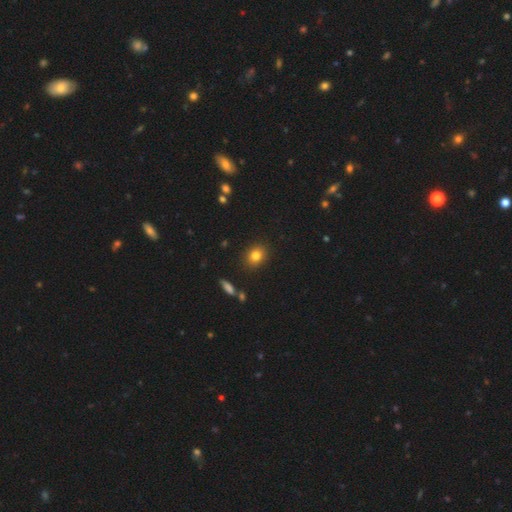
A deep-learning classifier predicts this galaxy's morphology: Q: Smooth or featured?
A: smooth (81%); runner-up: star or artifact (11%)
Q: How rounded?
A: round (62%); runner-up: in between (37%)
Q: Merging?
A: none (88%); runner-up: minor disturbance (8%)